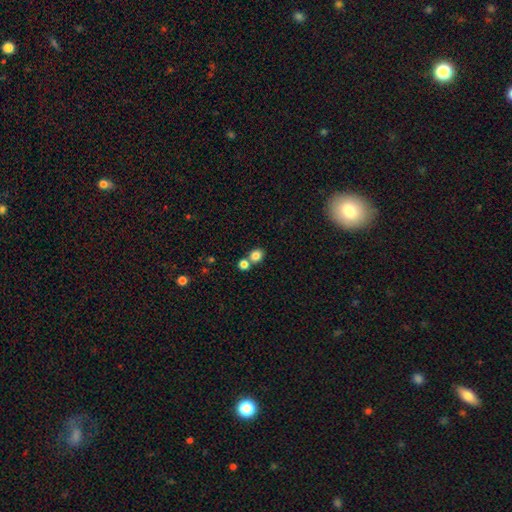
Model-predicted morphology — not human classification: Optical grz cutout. It shows a smooth galaxy with no disk features (82%) that is round (75%). Merging: none (57%).